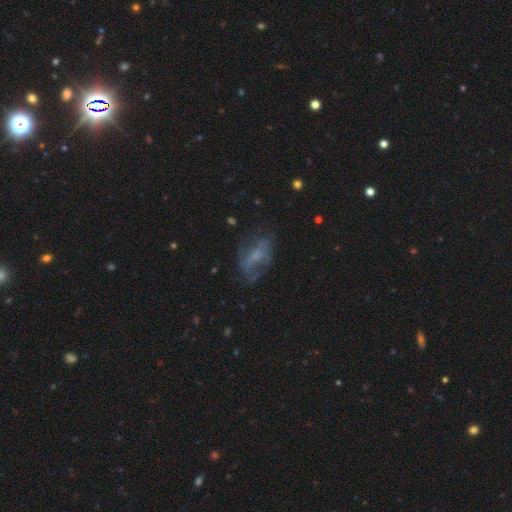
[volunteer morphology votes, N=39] smooth_or_featured: featured or disk (p=0.59) [alt: smooth p=0.31]
disk_edge_on: no (p=0.96) [alt: yes p=0.04]
bar: no (p=0.64) [alt: strong p=0.27]
has_spiral_arms: no (p=0.55) [alt: yes p=0.45]
bulge_size: none (p=0.50) [alt: small p=0.36]
merging: major disturbance (p=0.43) [alt: minor disturbance p=0.37]